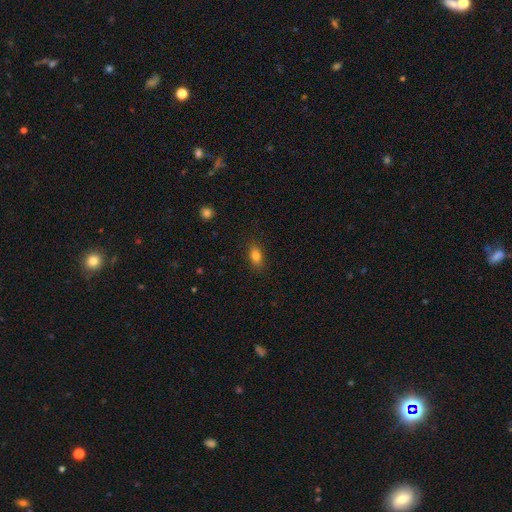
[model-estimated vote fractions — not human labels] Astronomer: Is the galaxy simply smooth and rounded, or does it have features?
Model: smooth — 83%.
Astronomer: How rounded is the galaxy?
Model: in between — 84%.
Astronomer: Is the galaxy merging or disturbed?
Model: none — 86%.